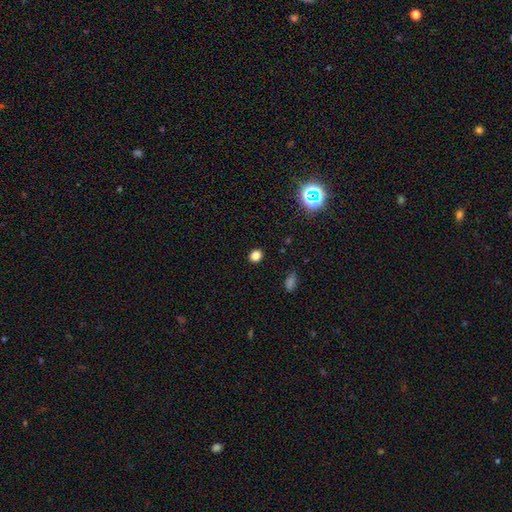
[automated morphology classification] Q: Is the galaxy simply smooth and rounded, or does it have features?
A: smooth — 81%.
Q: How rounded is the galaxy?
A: round — 75%.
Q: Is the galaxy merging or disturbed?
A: none — 90%.